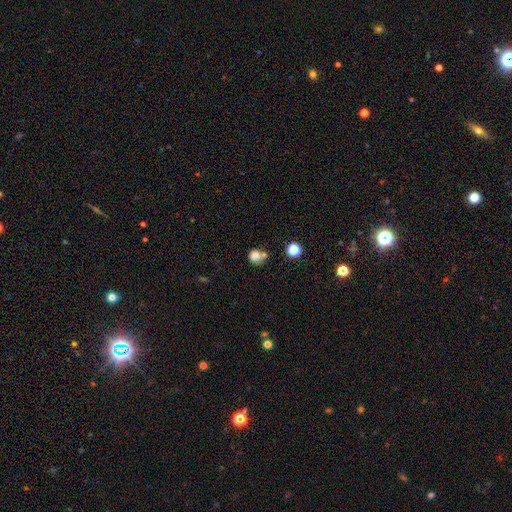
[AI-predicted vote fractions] smooth-or-featured: smooth: 77% | star or artifact: 13% | featured or disk: 10%
  how-rounded: round: 81% | in between: 18% | cigar-shaped: 1%
  merging: none: 48% | merger: 27% | minor disturbance: 17% | major disturbance: 8%